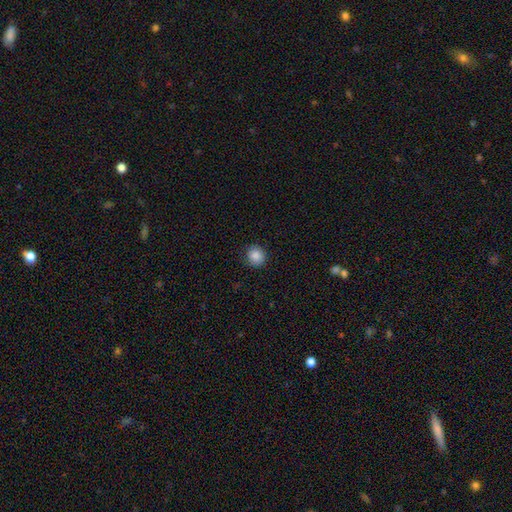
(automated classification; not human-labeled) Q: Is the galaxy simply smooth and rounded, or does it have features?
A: smooth — 87%.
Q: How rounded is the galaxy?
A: round — 87%.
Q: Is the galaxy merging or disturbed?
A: none — 88%.